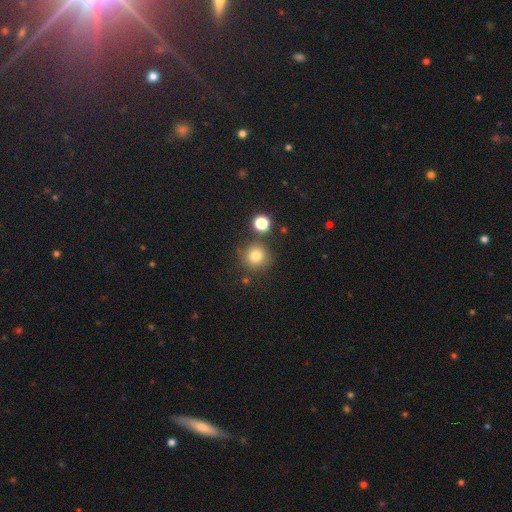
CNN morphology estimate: Smooth or featured?
  - smooth: 79% *
  - star or artifact: 14%
  - featured or disk: 8%
How rounded?
  - round: 93% *
  - in between: 6%
  - cigar-shaped: 1%
Merging?
  - none: 80% *
  - minor disturbance: 9%
  - merger: 8%
  - major disturbance: 3%